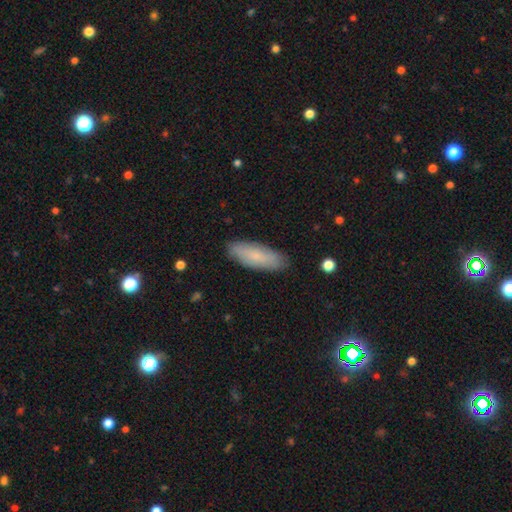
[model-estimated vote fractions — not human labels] Q: Smooth or featured?
A: smooth (76%); runner-up: featured or disk (17%)
Q: How rounded?
A: in between (60%); runner-up: cigar-shaped (38%)
Q: Merging?
A: none (86%); runner-up: minor disturbance (10%)